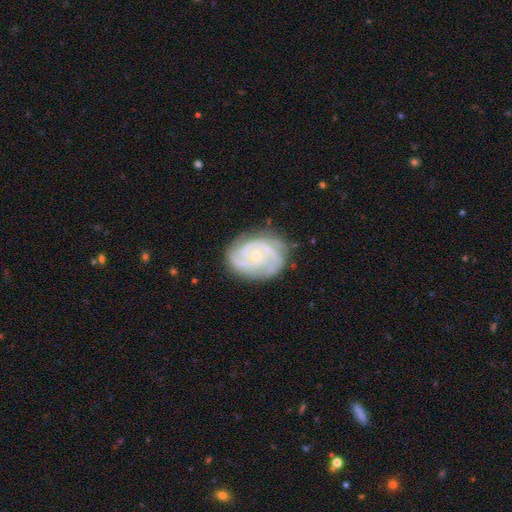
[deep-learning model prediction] Q: Smooth or featured?
A: featured or disk (86%); runner-up: smooth (8%)
Q: Edge-on disk?
A: no (98%); runner-up: yes (2%)
Q: Bar?
A: no (69%); runner-up: weak (26%)
Q: Spiral arms?
A: yes (97%); runner-up: no (3%)
Q: Spiral winding?
A: tight (65%); runner-up: medium (30%)
Q: Spiral arm count?
A: 2 (33%); runner-up: 3 (32%)
Q: Bulge size?
A: small (73%); runner-up: moderate (23%)
Q: Merging?
A: none (77%); runner-up: minor disturbance (17%)